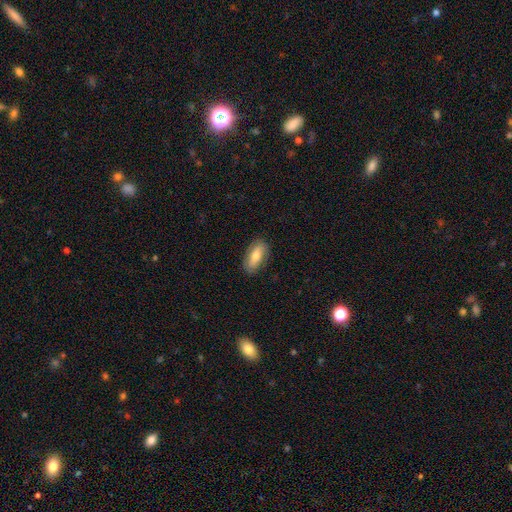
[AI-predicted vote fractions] smooth 70%, featured or disk 23%, star or artifact 7%. Down the decision tree: how rounded — in between (82%); merging — none (85%).